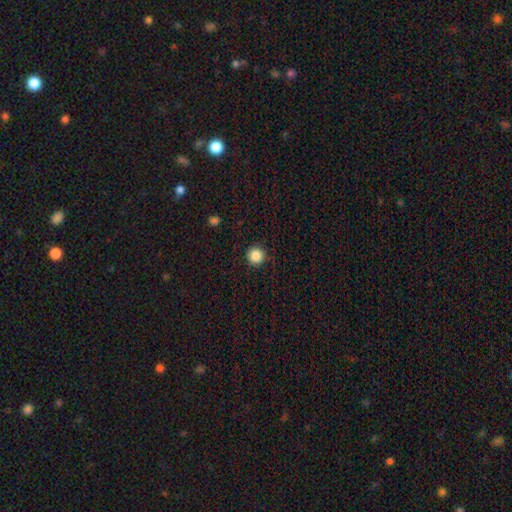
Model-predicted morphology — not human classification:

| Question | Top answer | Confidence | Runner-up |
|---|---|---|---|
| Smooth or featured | smooth | 86% | star or artifact (10%) |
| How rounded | round | 96% | in between (3%) |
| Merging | none | 91% | minor disturbance (6%) |